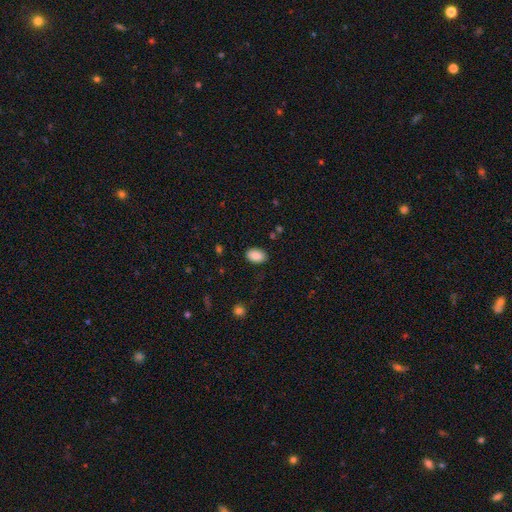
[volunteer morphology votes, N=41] Smooth or featured: smooth — 88% (star or artifact — 10%)
How rounded: in between — 92% (round — 6%)
Merging: none — 84% (minor disturbance — 11%)